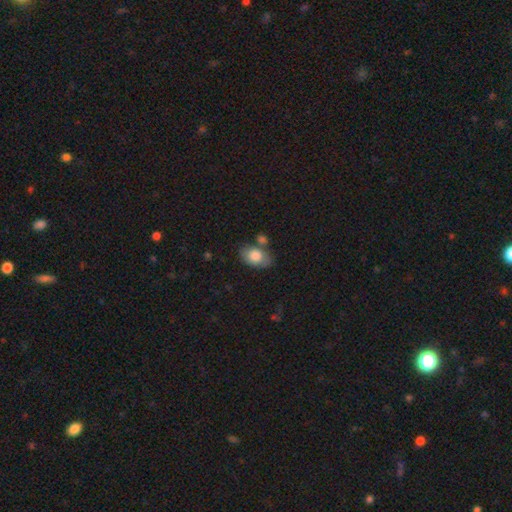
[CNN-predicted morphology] The model was most divided on "merging": none: 59%, minor disturbance: 19%, merger: 15%, major disturbance: 6%. More confident: how rounded — in between (86%); smooth or featured — smooth (78%).